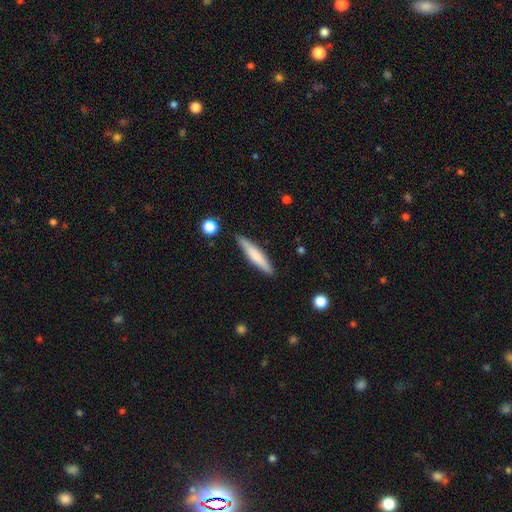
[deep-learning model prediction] This appears to be a smooth galaxy with no disk features (65%) that is cigar-shaped (89%). Merging: none (88%).